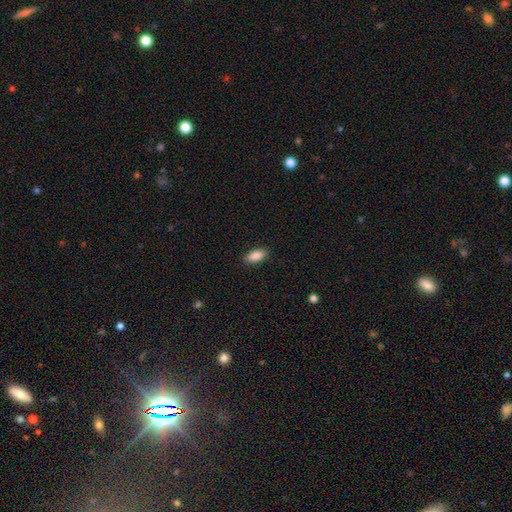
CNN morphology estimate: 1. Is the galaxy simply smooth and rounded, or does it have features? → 89% smooth, 7% star or artifact, 5% featured or disk.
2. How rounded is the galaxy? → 89% in between, 9% cigar-shaped, 3% round.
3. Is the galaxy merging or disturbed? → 88% none, 9% minor disturbance, 2% major disturbance, 1% merger.